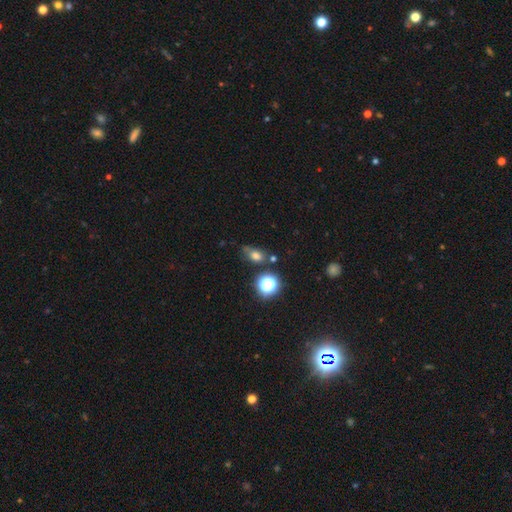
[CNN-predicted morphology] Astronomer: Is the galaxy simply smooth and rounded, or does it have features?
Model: smooth — 70%.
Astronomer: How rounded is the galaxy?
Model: in between — 65%.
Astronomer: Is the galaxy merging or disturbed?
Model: none — 55%.